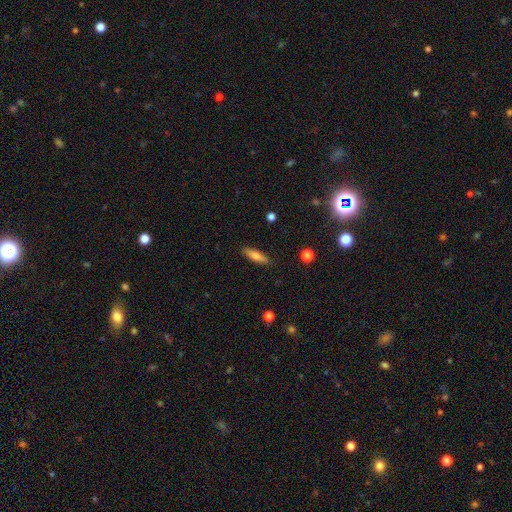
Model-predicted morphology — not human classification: A smooth galaxy with no disk features (71%) that is cigar-shaped (66%). Merging: none (88%).